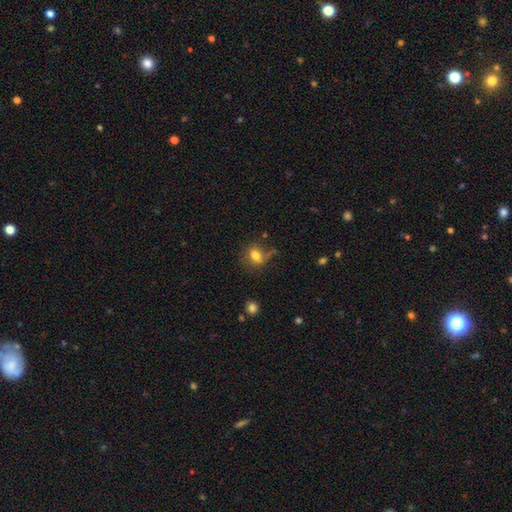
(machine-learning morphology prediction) Smooth or featured: smooth — 72% (featured or disk — 17%)
How rounded: in between — 57% (round — 41%)
Merging: none — 55% (minor disturbance — 25%)